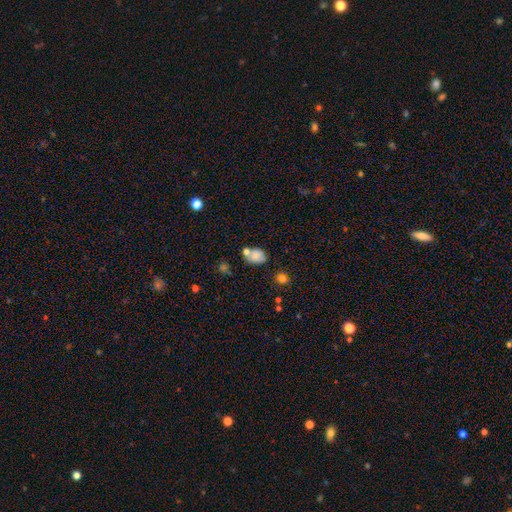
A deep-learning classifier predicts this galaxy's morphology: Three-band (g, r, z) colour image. It shows a smooth galaxy with no disk features (79%) that is in between round and cigar-shaped (69%). Merging: none (51%).